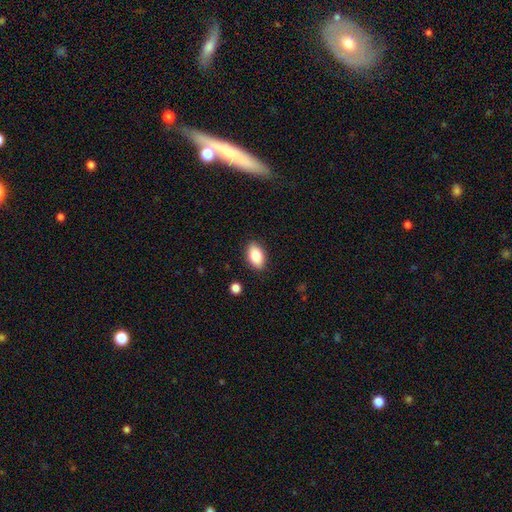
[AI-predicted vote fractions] Smooth or featured? smooth (85%)
How rounded? in between (91%)
Merging? none (88%)